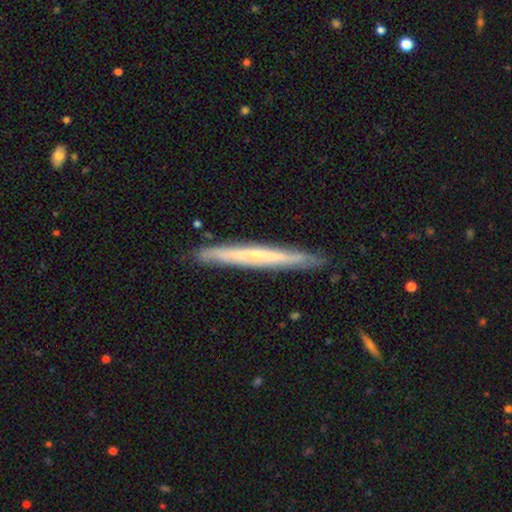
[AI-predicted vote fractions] A featured or disk galaxy (63%) viewed edge-on (92%) with no central bulge (58%). Merging: none (87%).